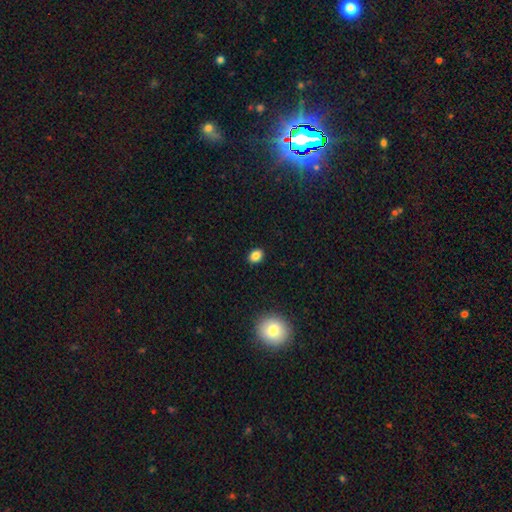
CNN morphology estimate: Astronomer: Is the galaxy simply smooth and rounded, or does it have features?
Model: smooth — 85%.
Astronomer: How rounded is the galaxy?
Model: in between — 62%.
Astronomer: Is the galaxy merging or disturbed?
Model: none — 90%.